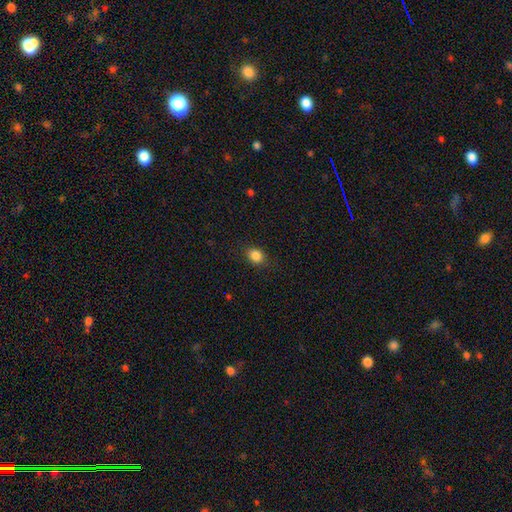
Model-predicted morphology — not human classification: Smooth or featured? smooth (86%)
How rounded? in between (56%)
Merging? none (86%)